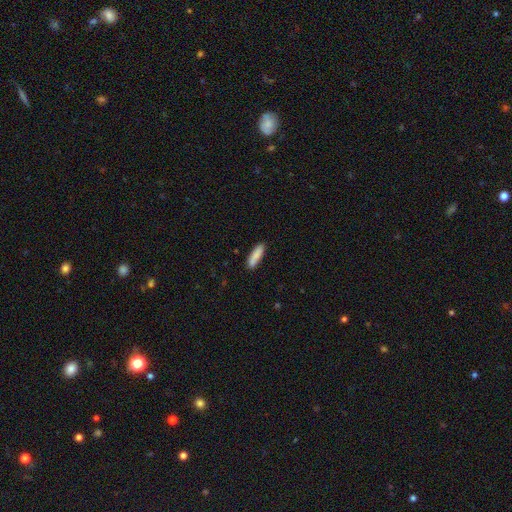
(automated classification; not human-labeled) A smooth galaxy with no disk features (86%) that is cigar-shaped (68%). Merging: none (85%).